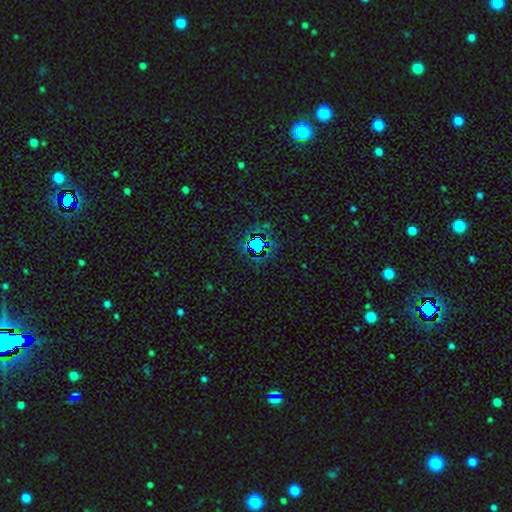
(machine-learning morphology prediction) smooth-or-featured: star or artifact: 76% | smooth: 15% | featured or disk: 9%